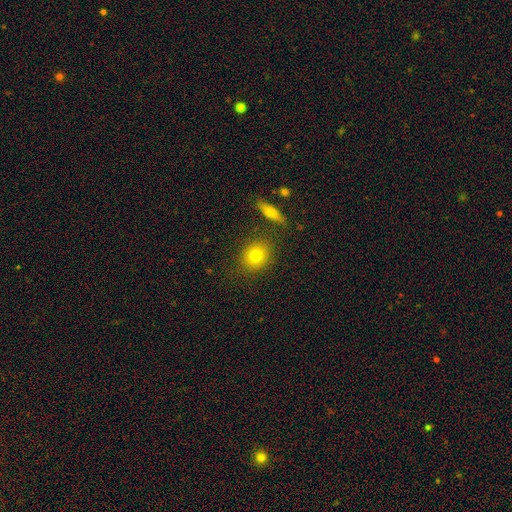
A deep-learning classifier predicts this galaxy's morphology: A smooth galaxy with no disk features (78%) that is round (73%).

Vote fractions:
- Smooth or featured? smooth: 78% / featured or disk: 11% / star or artifact: 11%
- How rounded? round: 73% / in between: 25% / cigar-shaped: 2%
- Merging? none: 83% / minor disturbance: 9% / merger: 5% / major disturbance: 3%